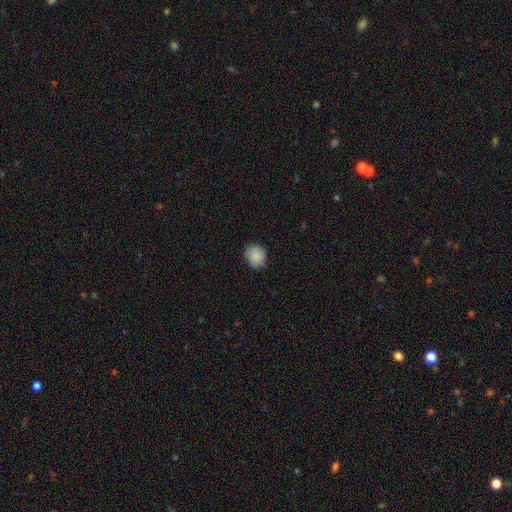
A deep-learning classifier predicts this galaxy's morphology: smooth_or_featured: smooth (p=0.87) [alt: star or artifact p=0.08]
how_rounded: round (p=0.78) [alt: in between p=0.21]
merging: none (p=0.83) [alt: minor disturbance p=0.14]